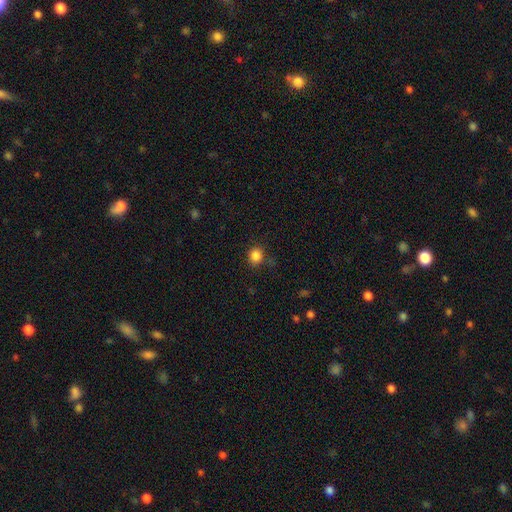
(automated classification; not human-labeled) Morphology: type=smooth (85%); roundness=round (80%); merging=none (81%).